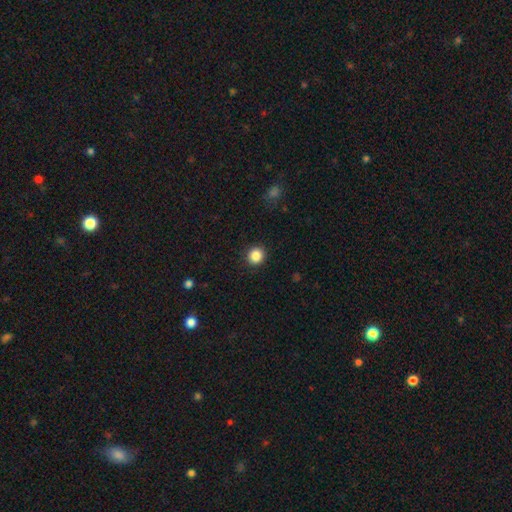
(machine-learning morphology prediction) smooth_or_featured: smooth (p=0.86) [alt: star or artifact p=0.10]
how_rounded: round (p=0.92) [alt: in between p=0.07]
merging: none (p=0.91) [alt: minor disturbance p=0.06]